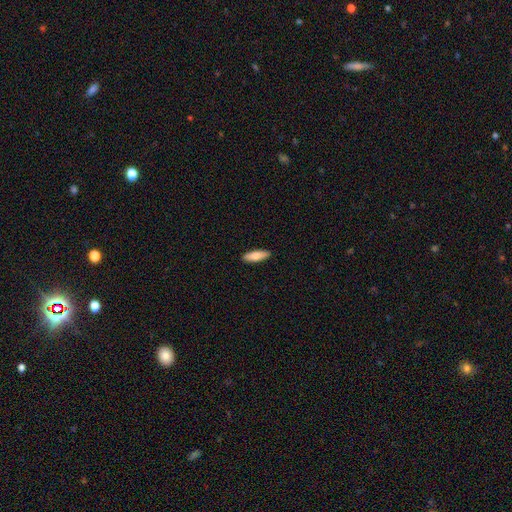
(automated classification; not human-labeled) smooth_or_featured: smooth (p=0.80) [alt: featured or disk p=0.14]
how_rounded: in between (p=0.50) [alt: cigar-shaped p=0.48]
merging: none (p=0.90) [alt: minor disturbance p=0.07]